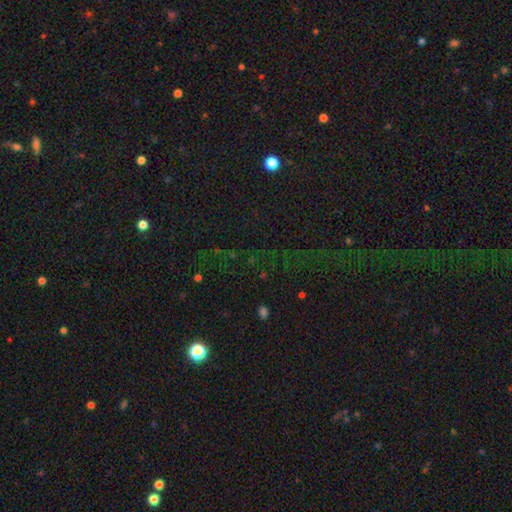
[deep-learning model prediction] smooth-or-featured: star or artifact: 75% | smooth: 15% | featured or disk: 10%